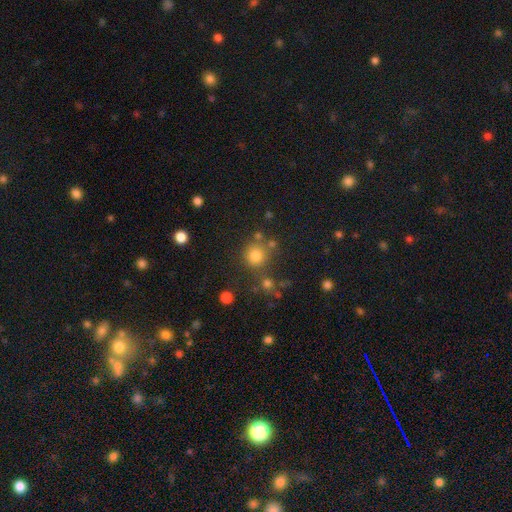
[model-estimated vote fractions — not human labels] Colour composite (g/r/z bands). It shows a smooth galaxy with no disk features (78%) that is round (91%). Merging: none (72%).